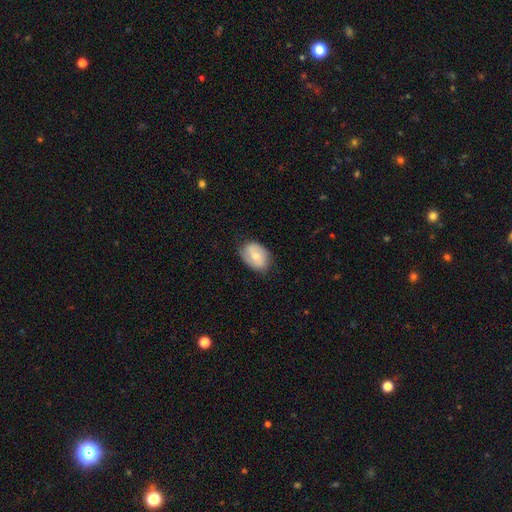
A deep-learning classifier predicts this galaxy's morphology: smooth-or-featured: smooth: 61% | featured or disk: 33% | star or artifact: 7%
  how-rounded: in between: 75% | round: 24% | cigar-shaped: 1%
  merging: none: 75% | minor disturbance: 20% | major disturbance: 4% | merger: 1%